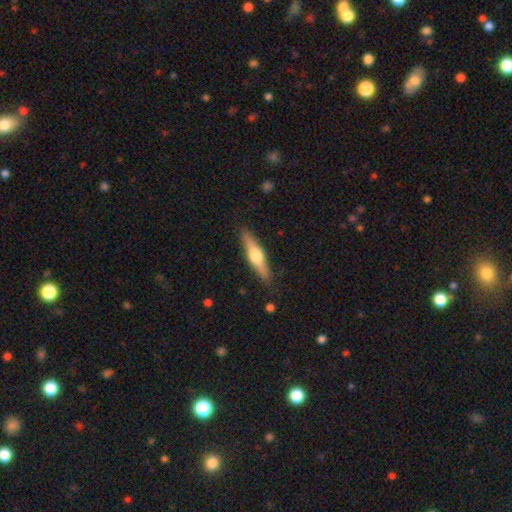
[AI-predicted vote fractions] smooth_or_featured: featured or disk (p=0.56) [alt: smooth p=0.39]
disk_edge_on: yes (p=0.95) [alt: no p=0.05]
edge_on_bulge: rounded (p=0.93) [alt: boxy p=0.04]
merging: none (p=0.87) [alt: minor disturbance p=0.09]